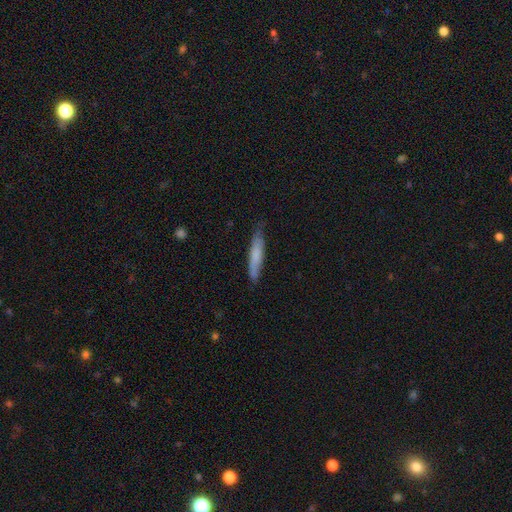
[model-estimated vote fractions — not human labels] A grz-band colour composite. It shows a smooth galaxy with no disk features (70%) that is cigar-shaped (90%). Merging: none (76%).